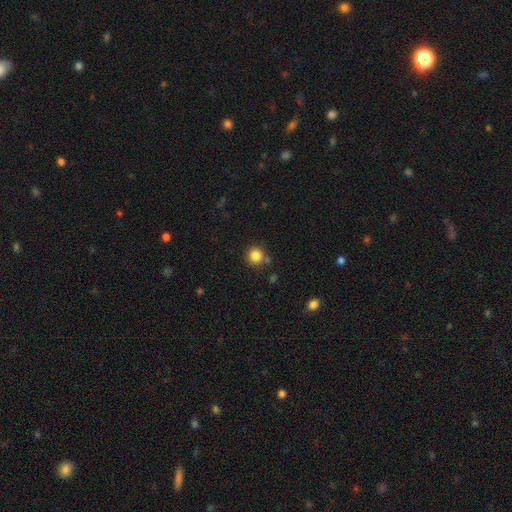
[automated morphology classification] A smooth galaxy with no disk features (85%) that is round (93%).

Vote fractions:
- Smooth or featured? smooth: 85% / star or artifact: 11% / featured or disk: 4%
- How rounded? round: 93% / in between: 6% / cigar-shaped: 1%
- Merging? none: 83% / minor disturbance: 9% / merger: 6% / major disturbance: 3%